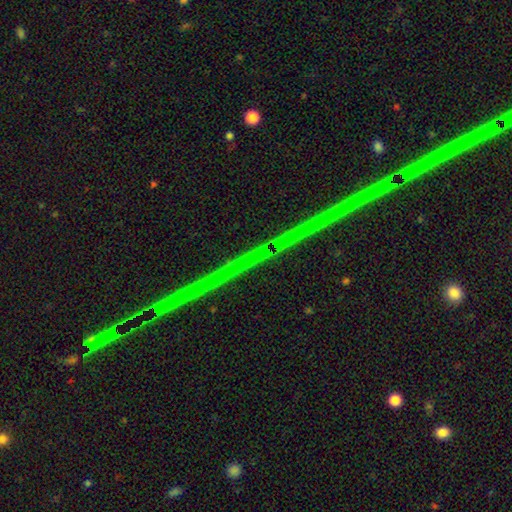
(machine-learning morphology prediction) The model was most divided on "smooth or featured": star or artifact: 84%, featured or disk: 11%, smooth: 5%.